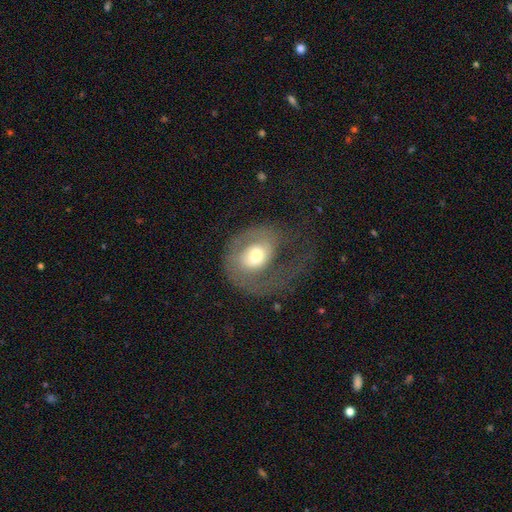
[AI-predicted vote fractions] featured or disk 62%, smooth 32%, star or artifact 6%. Down the decision tree: edge-on disk — no (97%); bar — no (65%); spiral arms — yes (75%); bulge size — moderate (63%); merging — major disturbance (50%).